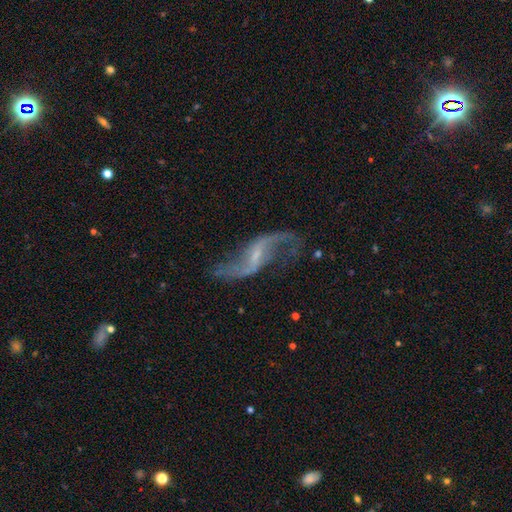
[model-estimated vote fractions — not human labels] A featured or disk galaxy (89%) with a weak bar (45%), 2 (93%) loose (91%) spiral arms (95%) and a small central bulge (67%).

Vote fractions:
- Smooth or featured? featured or disk: 89% / star or artifact: 6% / smooth: 5%
- Edge-on disk? no: 94% / yes: 6%
- Bar? weak: 45% / strong: 30% / no: 25%
- Spiral arms? yes: 95% / no: 5%
- Spiral winding? loose: 91% / medium: 7% / tight: 2%
- Spiral arm count? 2: 93% / 1: 2% / can't tell: 2% / 3: 1% / 4: 1% / more than 4: 1%
- Bulge size? small: 67% / none: 18% / moderate: 13% / large: 1% / dominant: 1%
- Merging? none: 70% / minor disturbance: 15% / major disturbance: 11% / merger: 3%